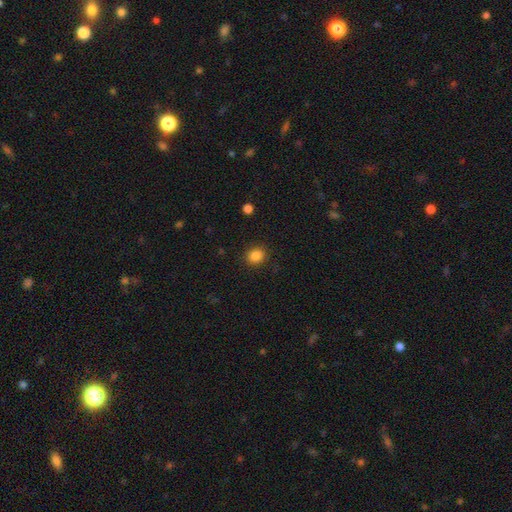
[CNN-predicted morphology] This is clearly a smooth galaxy (85%). How rounded: likely round (77%). Merging: clearly none (90%).